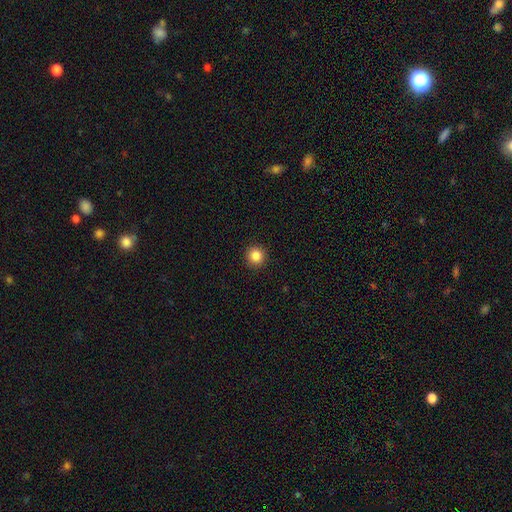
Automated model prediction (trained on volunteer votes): Smooth or featured: smooth — 86% (star or artifact — 11%)
How rounded: round — 94% (in between — 6%)
Merging: none — 93% (minor disturbance — 5%)